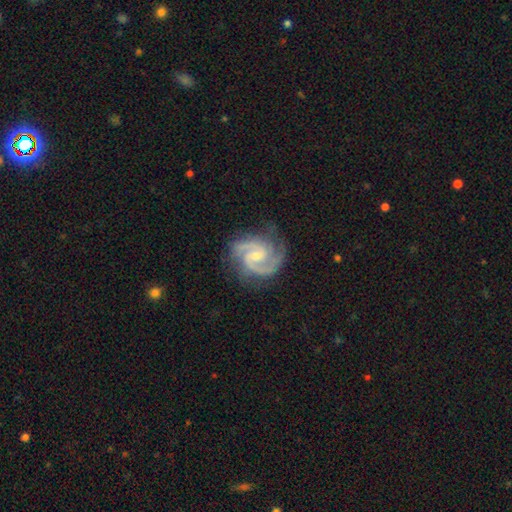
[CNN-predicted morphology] The model was most divided on "bar": weak: 46%, no: 42%, strong: 12%. More confident: spiral arms — yes (99%); edge-on disk — no (98%); smooth or featured — featured or disk (92%); spiral arm count — 2 (81%); merging — none (76%); bulge size — small (58%); spiral winding — medium (58%).